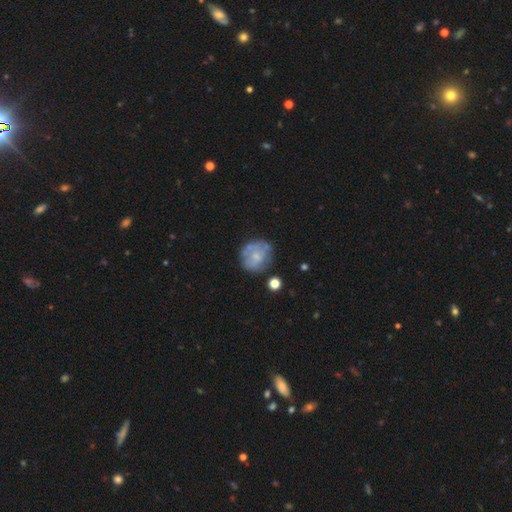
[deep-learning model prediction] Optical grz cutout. It shows a smooth galaxy with no disk features (47%). Merging: none (59%).